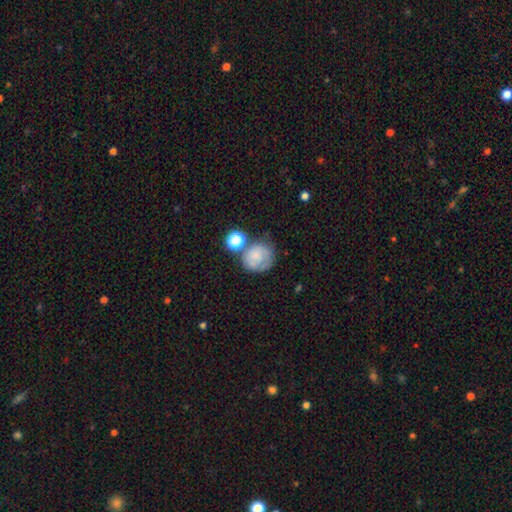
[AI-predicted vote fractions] smooth-or-featured: smooth: 62% | featured or disk: 27% | star or artifact: 11%
  how-rounded: round: 80% | in between: 19% | cigar-shaped: 1%
  merging: none: 47% | minor disturbance: 23% | merger: 18% | major disturbance: 13%